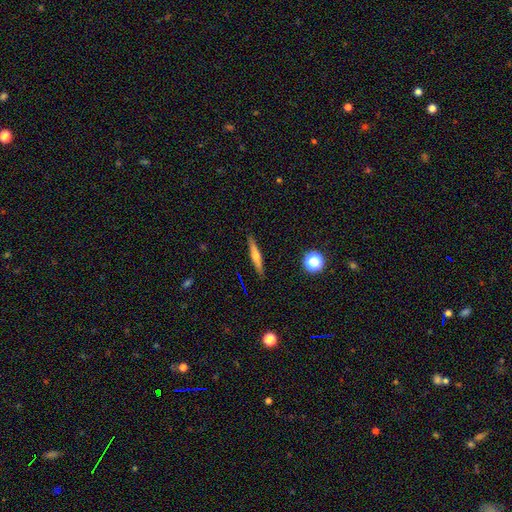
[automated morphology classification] type=featured or disk (51%); edge-on=yes (95%); merging=none (90%).